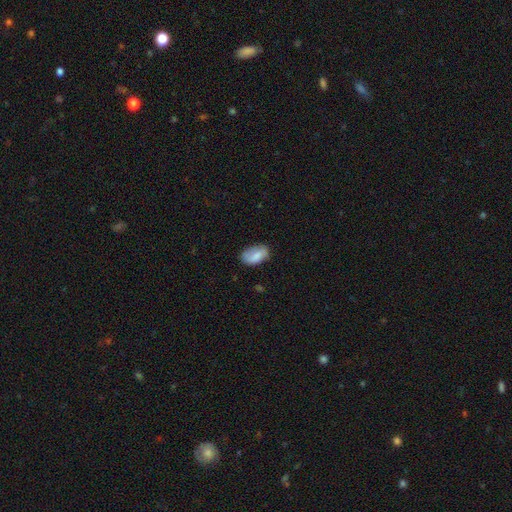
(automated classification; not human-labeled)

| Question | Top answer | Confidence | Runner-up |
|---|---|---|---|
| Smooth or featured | smooth | 77% | featured or disk (16%) |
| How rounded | in between | 92% | round (6%) |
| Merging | none | 67% | minor disturbance (25%) |